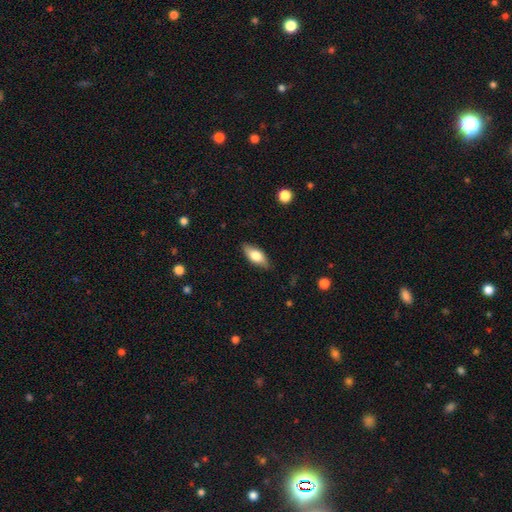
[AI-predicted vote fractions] Smooth or featured? Predicted: smooth (p=0.69). How rounded? Predicted: in between (p=0.80). Merging? Predicted: none (p=0.84).